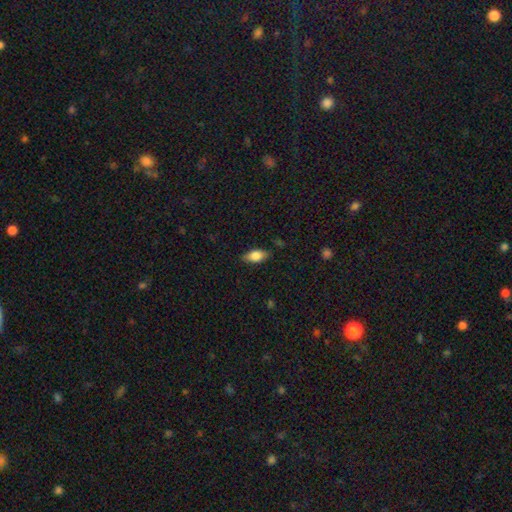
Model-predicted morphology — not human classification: Smooth or featured?
  - smooth: 81% *
  - featured or disk: 12%
  - star or artifact: 7%
How rounded?
  - in between: 88% *
  - cigar-shaped: 7%
  - round: 5%
Merging?
  - none: 82% *
  - minor disturbance: 14%
  - major disturbance: 3%
  - merger: 1%